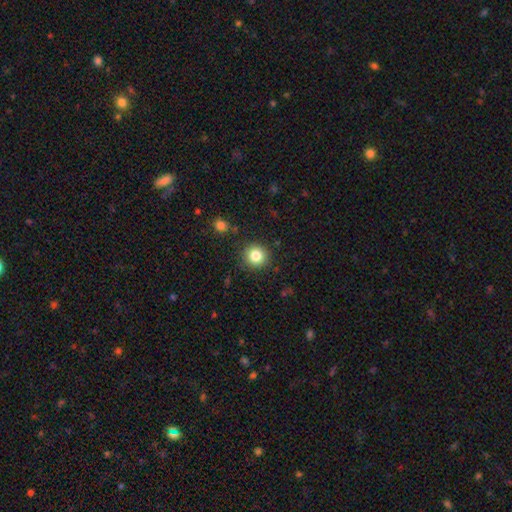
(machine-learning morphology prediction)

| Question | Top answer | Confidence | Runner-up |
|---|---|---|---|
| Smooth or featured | smooth | 82% | star or artifact (11%) |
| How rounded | round | 92% | in between (7%) |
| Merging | none | 89% | minor disturbance (7%) |